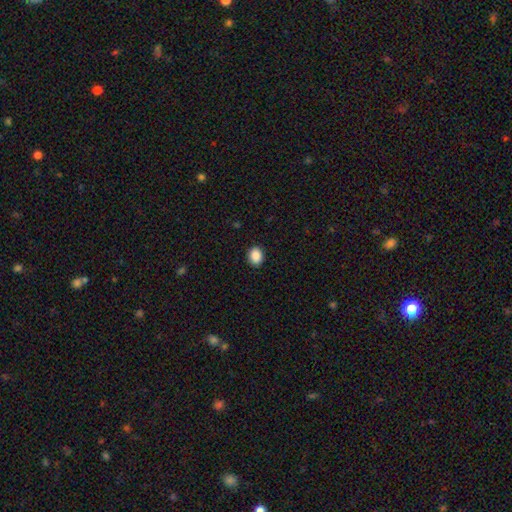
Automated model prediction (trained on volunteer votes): A smooth galaxy with no disk features (89%) that is round (52%). Merging: none (91%).